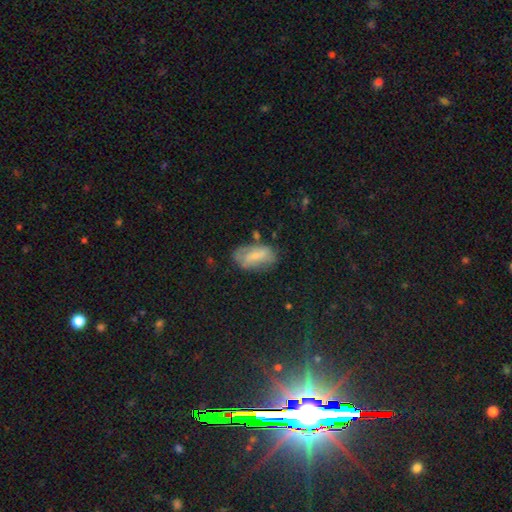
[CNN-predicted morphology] smooth-or-featured: smooth: 55% | featured or disk: 34% | star or artifact: 11%
  how-rounded: in between: 90% | cigar-shaped: 5% | round: 4%
  merging: none: 59% | minor disturbance: 26% | major disturbance: 11% | merger: 4%